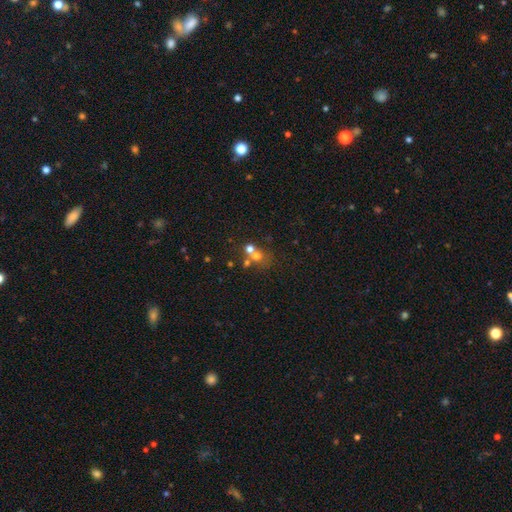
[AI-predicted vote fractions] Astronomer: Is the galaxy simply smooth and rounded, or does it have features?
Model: smooth — 58%.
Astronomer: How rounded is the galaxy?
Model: round — 79%.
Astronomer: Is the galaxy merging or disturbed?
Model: merger — 52% (runner-up: none, 37%).